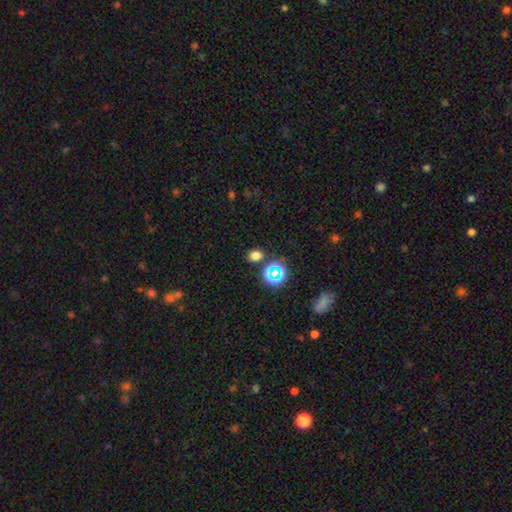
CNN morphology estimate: smooth 72%, star or artifact 23%, featured or disk 6%. Down the decision tree: how rounded — in between (49%, tied with round); merging — none (82%).